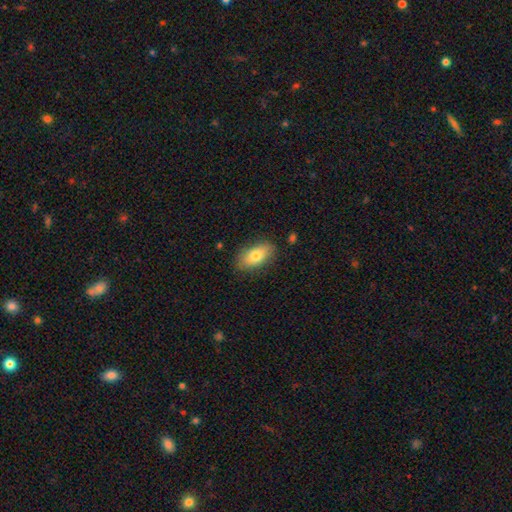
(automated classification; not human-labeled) This is likely a smooth galaxy (76%). How rounded: clearly in between (91%). Merging: clearly none (83%).